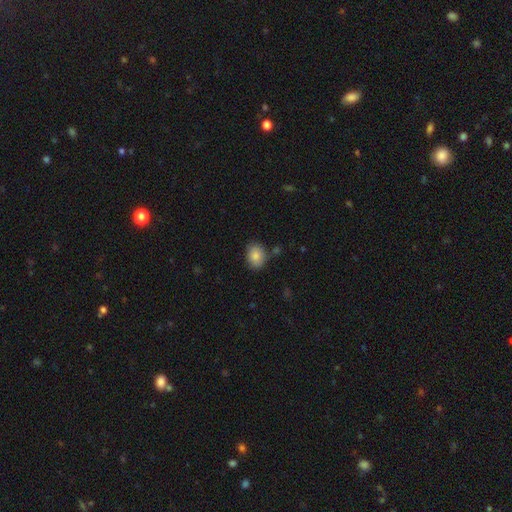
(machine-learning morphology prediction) A smooth galaxy with no disk features (86%) that is in between round and cigar-shaped (58%).

Vote fractions:
- Smooth or featured? smooth: 86% / star or artifact: 8% / featured or disk: 7%
- How rounded? in between: 58% / round: 41% / cigar-shaped: 1%
- Merging? none: 78% / minor disturbance: 14% / merger: 4% / major disturbance: 3%